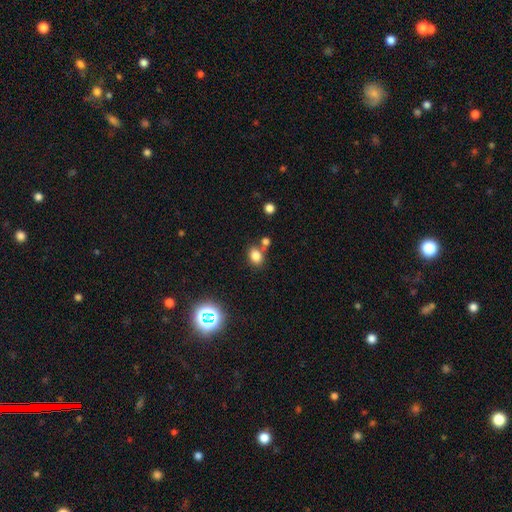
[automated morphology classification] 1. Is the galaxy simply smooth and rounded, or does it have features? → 80% smooth, 14% star or artifact, 7% featured or disk.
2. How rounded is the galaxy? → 61% in between, 38% round, 1% cigar-shaped.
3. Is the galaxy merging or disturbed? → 64% none, 21% merger, 12% minor disturbance, 4% major disturbance.